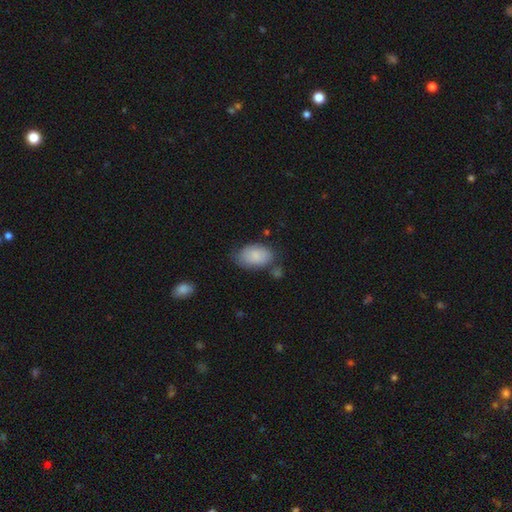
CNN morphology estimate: type=smooth (83%); roundness=in between (91%); merging=none (61%).